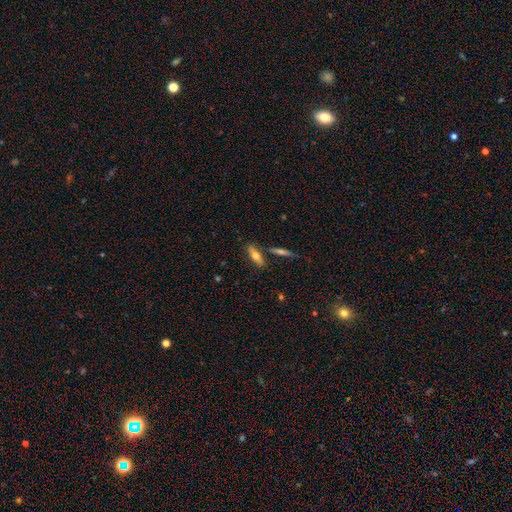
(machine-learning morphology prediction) Smooth or featured?
  - smooth: 56% *
  - featured or disk: 36%
  - star or artifact: 7%
How rounded?
  - cigar-shaped: 52% *
  - in between: 45%
  - round: 3%
Merging?
  - none: 74% *
  - minor disturbance: 12%
  - merger: 11%
  - major disturbance: 3%